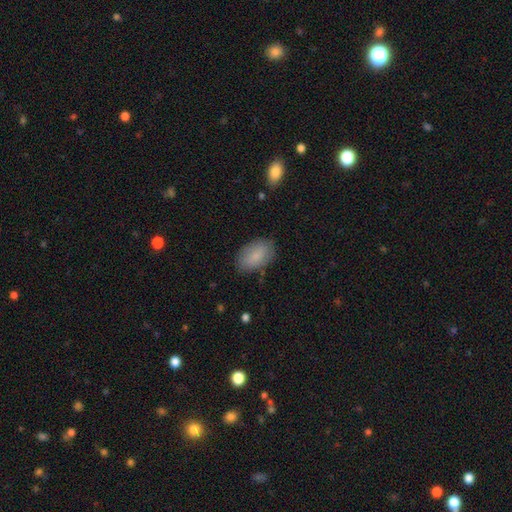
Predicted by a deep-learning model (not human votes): This is clearly a smooth galaxy (82%). How rounded: clearly in between (93%). Merging: clearly none (81%).